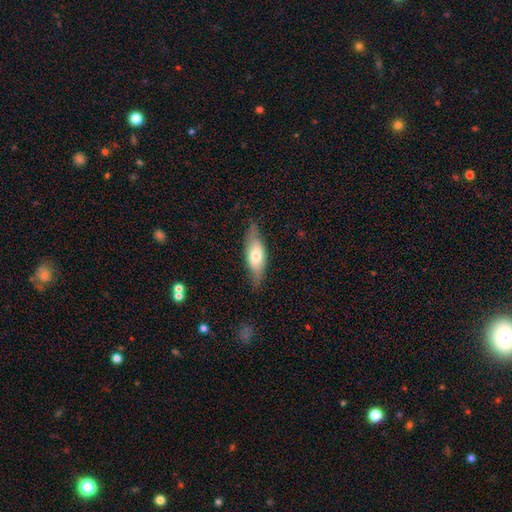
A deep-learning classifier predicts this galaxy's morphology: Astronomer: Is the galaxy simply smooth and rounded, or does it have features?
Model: smooth — 59% (runner-up: featured or disk, 35%).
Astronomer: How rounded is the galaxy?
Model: in between — 69%.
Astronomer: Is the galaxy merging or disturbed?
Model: none — 74%.